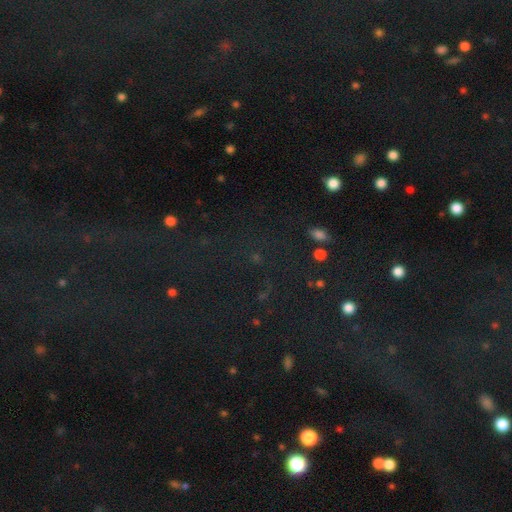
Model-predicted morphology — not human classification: Q: Smooth or featured?
A: star or artifact (71%); runner-up: smooth (18%)